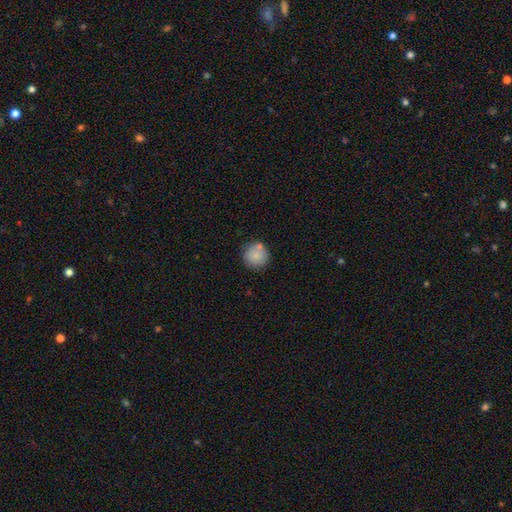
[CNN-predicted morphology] Smooth or featured? Predicted: smooth (p=0.78). How rounded? Predicted: round (p=0.93). Merging? Predicted: none (p=0.71).